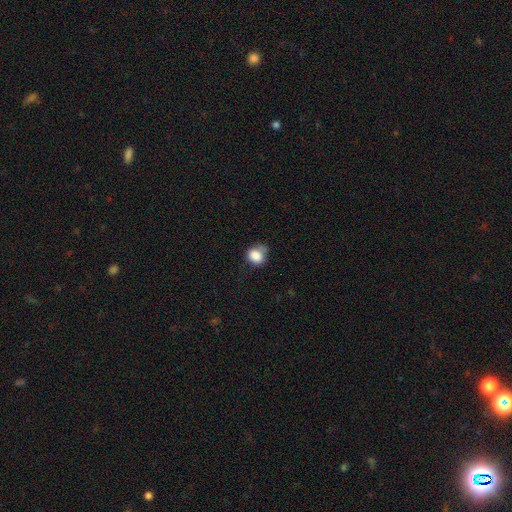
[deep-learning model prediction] smooth 84%, star or artifact 9%, featured or disk 7%. Down the decision tree: how rounded — round (66%); merging — none (46%).